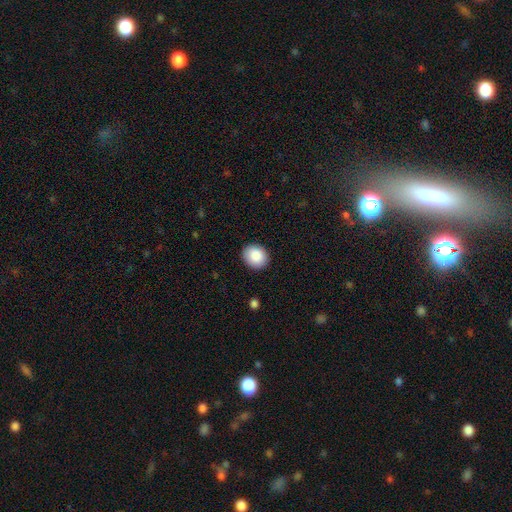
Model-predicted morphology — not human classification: This appears to be a smooth galaxy with no disk features (89%) that is round (67%). Merging: none (90%).